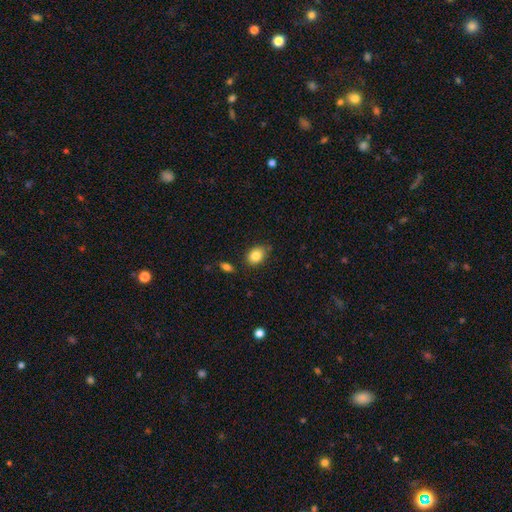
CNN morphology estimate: Smooth or featured? smooth (84%)
How rounded? in between (67%)
Merging? none (79%)